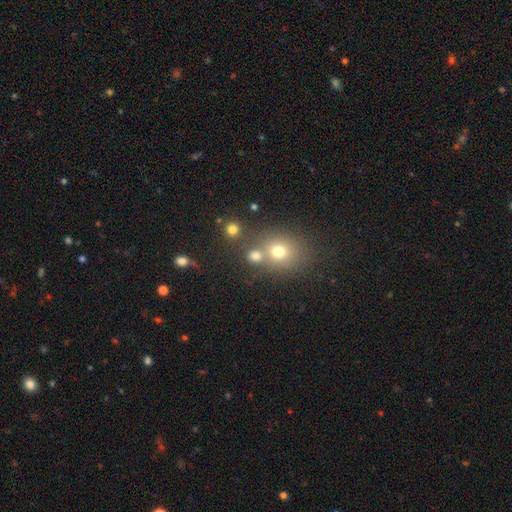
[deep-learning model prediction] Smooth or featured: smooth — 73% (star or artifact — 18%)
How rounded: round — 76% (in between — 22%)
Merging: none — 56% (merger — 32%)